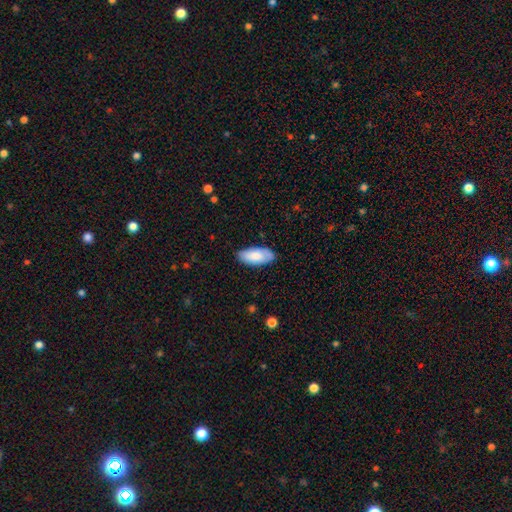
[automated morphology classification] smooth_or_featured: smooth (p=0.78) [alt: featured or disk p=0.16]
how_rounded: in between (p=0.91) [alt: cigar-shaped p=0.08]
merging: none (p=0.81) [alt: minor disturbance p=0.16]